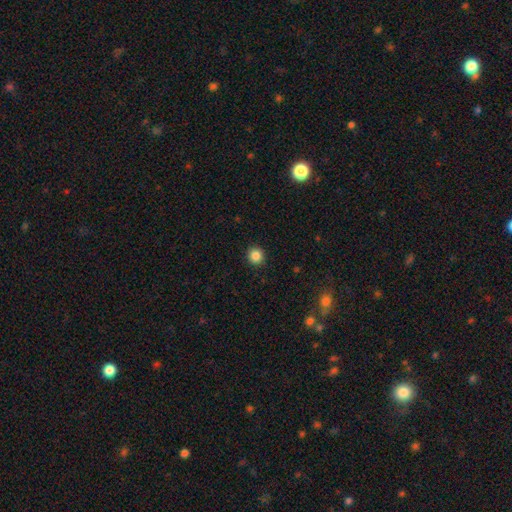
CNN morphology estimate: smooth 86%, star or artifact 11%, featured or disk 4%. Down the decision tree: how rounded — round (94%); merging — none (92%).